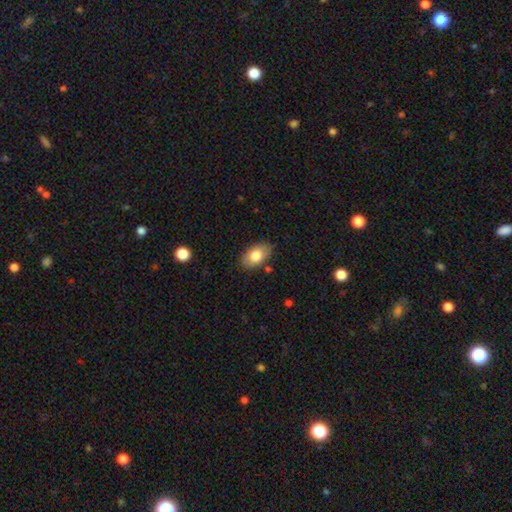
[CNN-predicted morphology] Smooth or featured?
  - smooth: 79% *
  - featured or disk: 14%
  - star or artifact: 7%
How rounded?
  - in between: 90% *
  - round: 8%
  - cigar-shaped: 1%
Merging?
  - none: 81% *
  - minor disturbance: 14%
  - major disturbance: 3%
  - merger: 2%